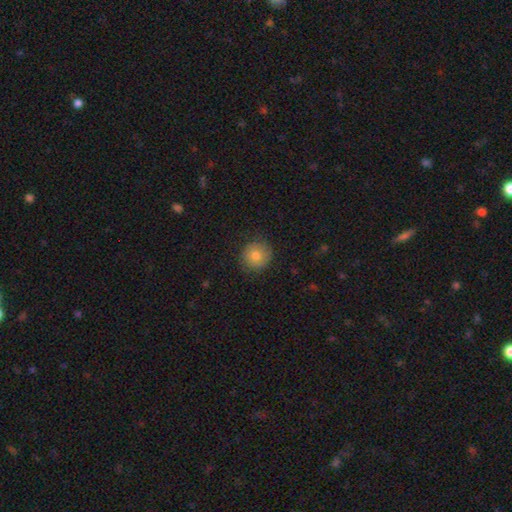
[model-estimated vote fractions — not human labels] A smooth galaxy with no disk features (78%) that is round (91%).

Vote fractions:
- Smooth or featured? smooth: 78% / featured or disk: 13% / star or artifact: 9%
- How rounded? round: 91% / in between: 9% / cigar-shaped: 1%
- Merging? none: 83% / minor disturbance: 13% / major disturbance: 3% / merger: 1%